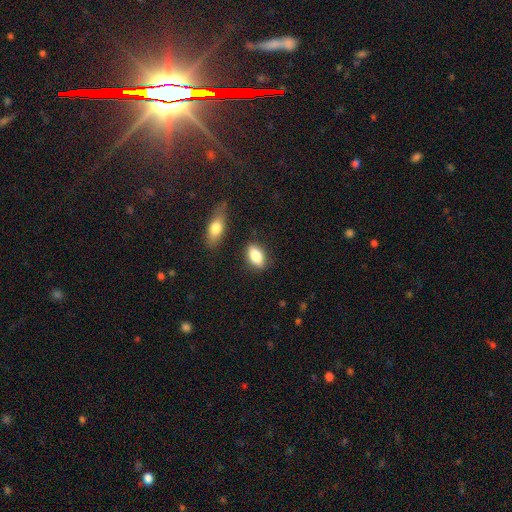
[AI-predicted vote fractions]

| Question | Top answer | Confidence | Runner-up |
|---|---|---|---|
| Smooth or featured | smooth | 82% | featured or disk (11%) |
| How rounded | in between | 86% | cigar-shaped (8%) |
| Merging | none | 82% | minor disturbance (12%) |